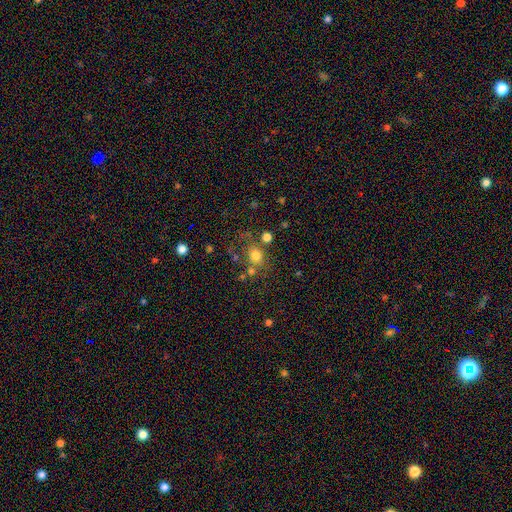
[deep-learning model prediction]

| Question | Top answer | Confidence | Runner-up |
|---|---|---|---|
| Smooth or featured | smooth | 73% | star or artifact (16%) |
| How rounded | round | 73% | in between (26%) |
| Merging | none | 60% | merger (16%) |